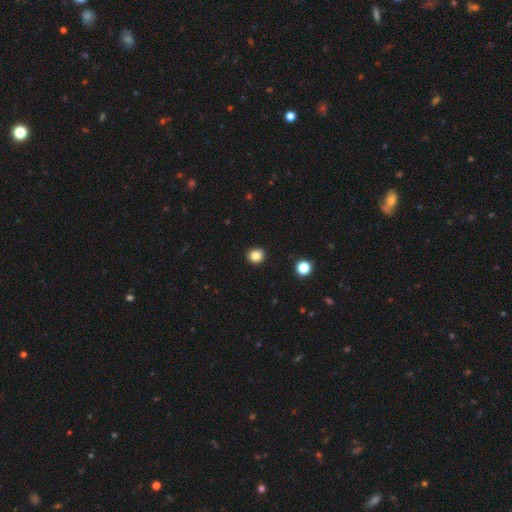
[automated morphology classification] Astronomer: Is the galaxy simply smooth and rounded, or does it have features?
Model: smooth — 83%.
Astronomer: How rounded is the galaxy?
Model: round — 89%.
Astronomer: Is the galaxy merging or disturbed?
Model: none — 92%.